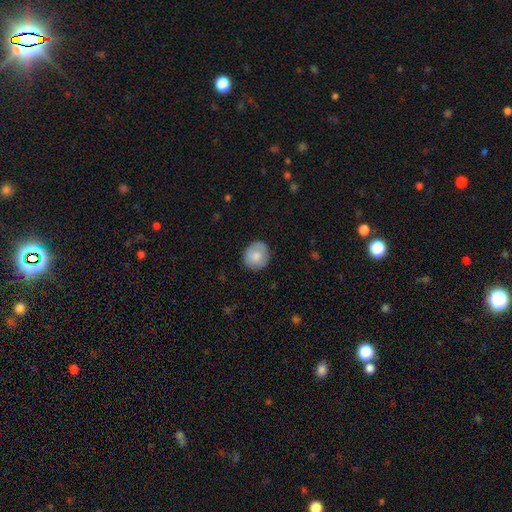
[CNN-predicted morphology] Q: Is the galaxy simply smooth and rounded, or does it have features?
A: smooth — 78%.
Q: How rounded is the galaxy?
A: round — 85%.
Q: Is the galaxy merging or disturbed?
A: none — 83%.